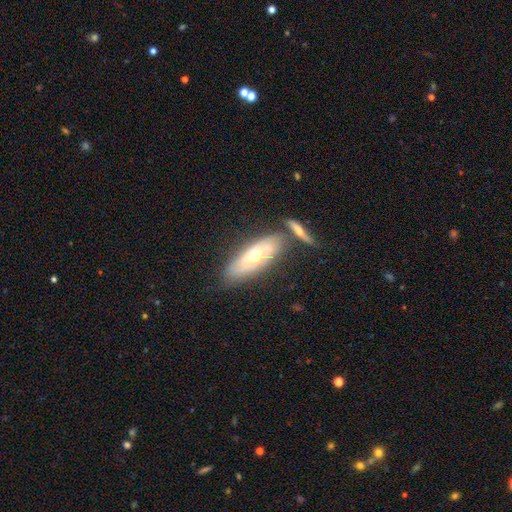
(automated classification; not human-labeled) Overall: featured or disk (52%; smooth 41%). Edge-on disk: no (62%; yes 38%). Merging: none (66%).